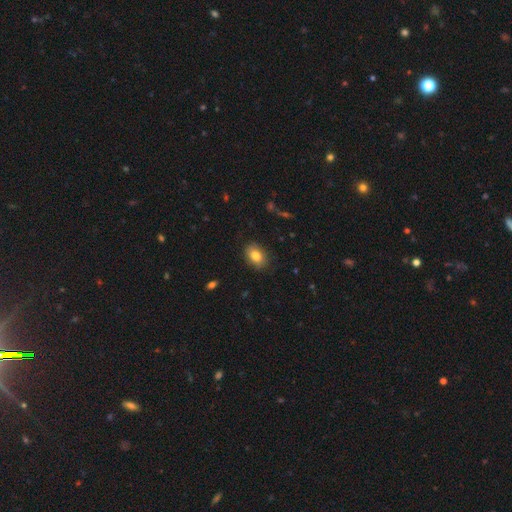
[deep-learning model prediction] Morphology: type=smooth (81%); roundness=in between (81%); merging=none (86%).